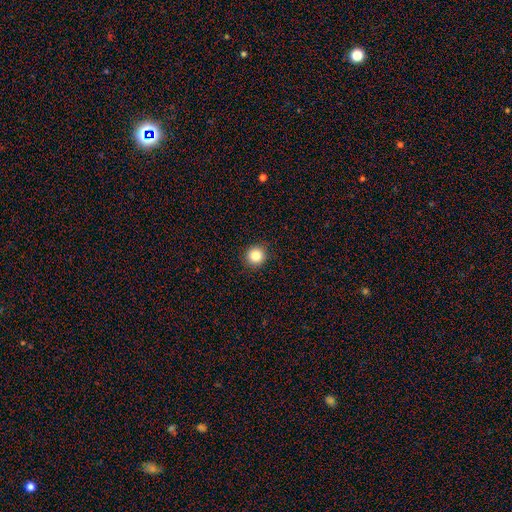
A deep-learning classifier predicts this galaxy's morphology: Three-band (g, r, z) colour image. It shows a smooth galaxy with no disk features (86%) that is round (92%). Merging: none (91%).